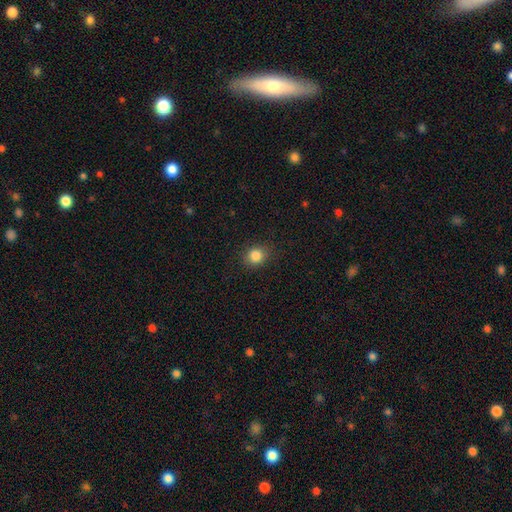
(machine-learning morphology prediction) smooth_or_featured: smooth (p=0.85) [alt: star or artifact p=0.10]
how_rounded: round (p=0.77) [alt: in between p=0.22]
merging: none (p=0.86) [alt: minor disturbance p=0.10]